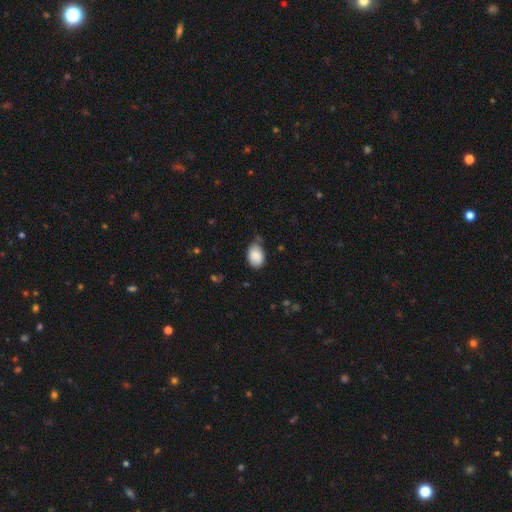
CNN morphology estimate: The model was most divided on "merging": none: 55%, minor disturbance: 35%, major disturbance: 7%, merger: 4%. More confident: smooth or featured — smooth (87%); how rounded — in between (84%).